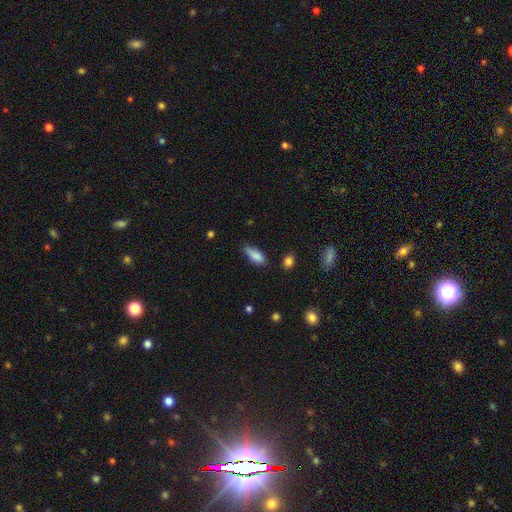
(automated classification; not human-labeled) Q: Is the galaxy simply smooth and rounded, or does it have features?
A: smooth — 83%.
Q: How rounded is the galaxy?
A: in between — 73%.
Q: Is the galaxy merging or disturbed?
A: none — 67%.